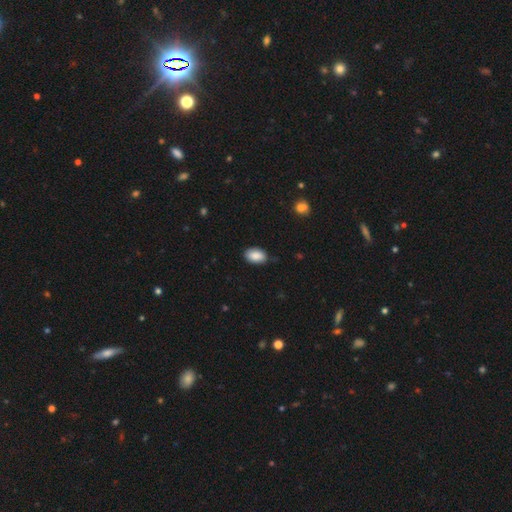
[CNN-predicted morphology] A smooth galaxy with no disk features (87%) that is in between round and cigar-shaped (92%). Merging: none (81%).